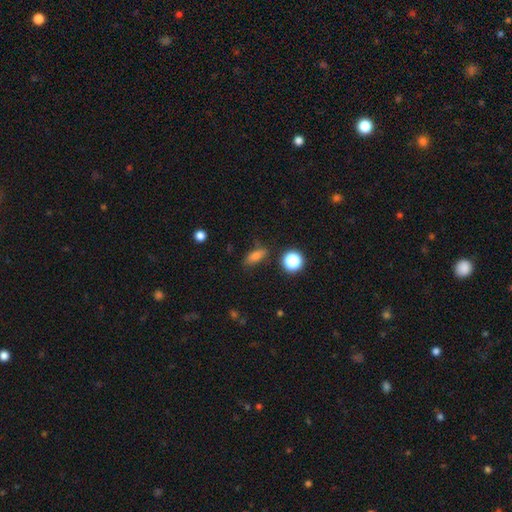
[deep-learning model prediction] Smooth or featured: smooth — 77% (star or artifact — 14%)
How rounded: in between — 72% (cigar-shaped — 17%)
Merging: none — 72% (minor disturbance — 19%)